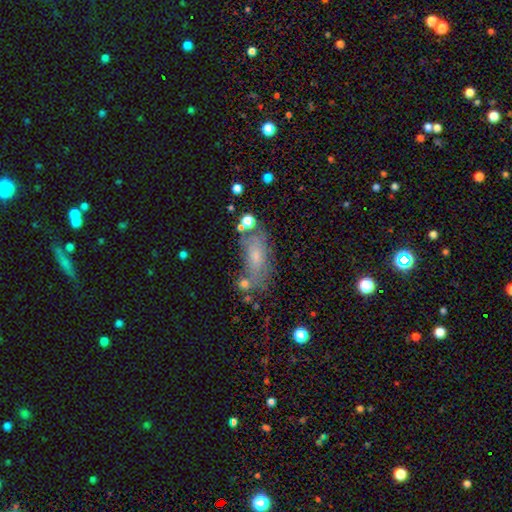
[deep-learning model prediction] Q: Smooth or featured?
A: smooth (54%); runner-up: featured or disk (30%)
Q: How rounded?
A: in between (71%); runner-up: cigar-shaped (22%)
Q: Merging?
A: none (61%); runner-up: minor disturbance (19%)